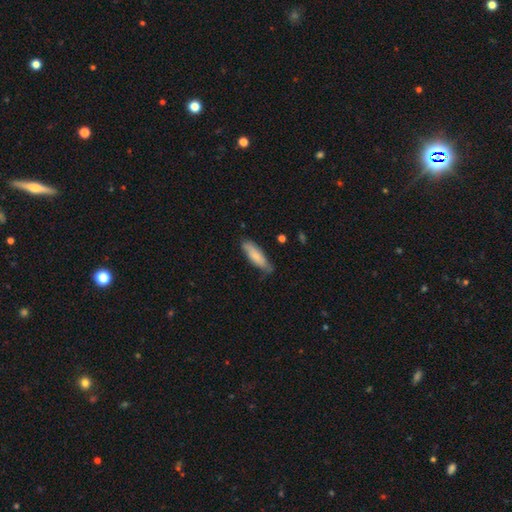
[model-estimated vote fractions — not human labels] smooth_or_featured: smooth (p=0.80) [alt: featured or disk p=0.15]
how_rounded: cigar-shaped (p=0.59) [alt: in between p=0.40]
merging: none (p=0.70) [alt: minor disturbance p=0.25]